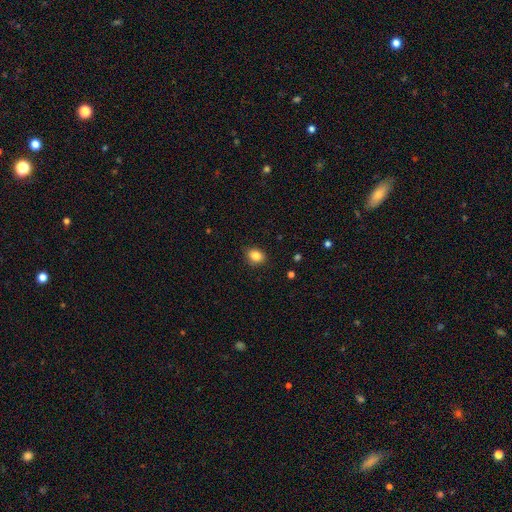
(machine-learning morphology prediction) Q: Smooth or featured?
A: smooth (84%); runner-up: star or artifact (10%)
Q: How rounded?
A: in between (50%); runner-up: round (49%)
Q: Merging?
A: none (87%); runner-up: minor disturbance (10%)